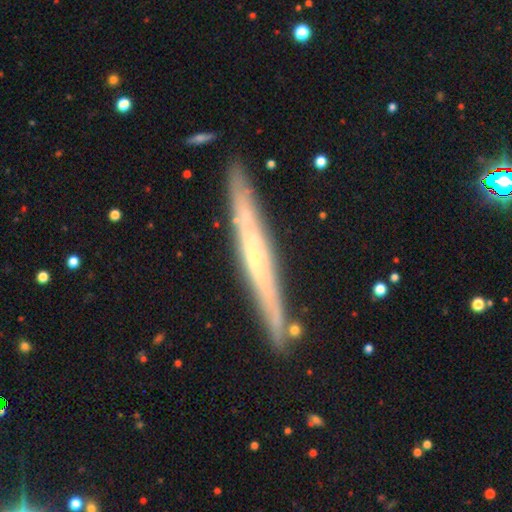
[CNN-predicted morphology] Smooth or featured? Predicted: featured or disk (p=0.73). Edge-on disk? Predicted: yes (p=0.90). Edge-on bulge? Predicted: none (p=0.55). Merging? Predicted: none (p=0.86).